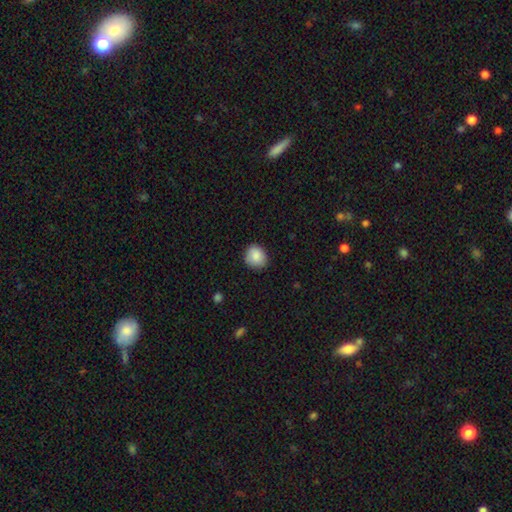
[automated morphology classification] smooth 87%, star or artifact 8%, featured or disk 5%. Down the decision tree: how rounded — round (72%); merging — none (82%).